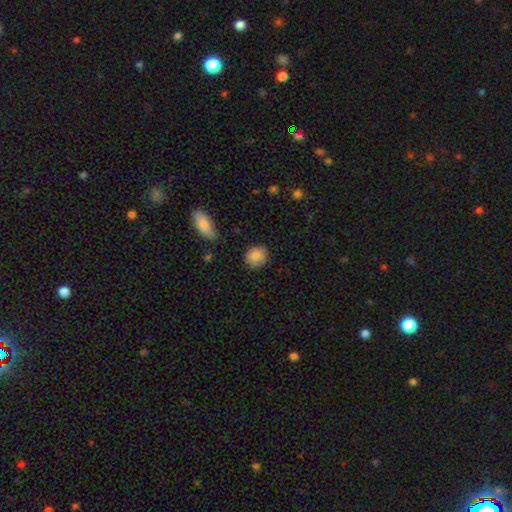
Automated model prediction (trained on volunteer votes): This appears to be a smooth galaxy with no disk features (86%) that is round (79%). Merging: none (82%).